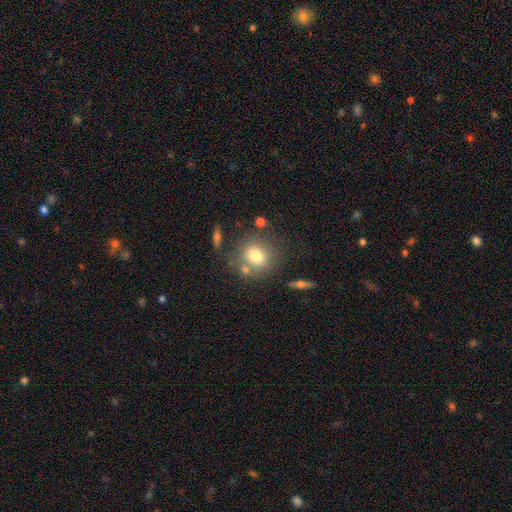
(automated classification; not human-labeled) The model was most divided on "how rounded": round: 74%, in between: 24%, cigar-shaped: 1%. More confident: smooth or featured — smooth (75%); merging — none (68%).